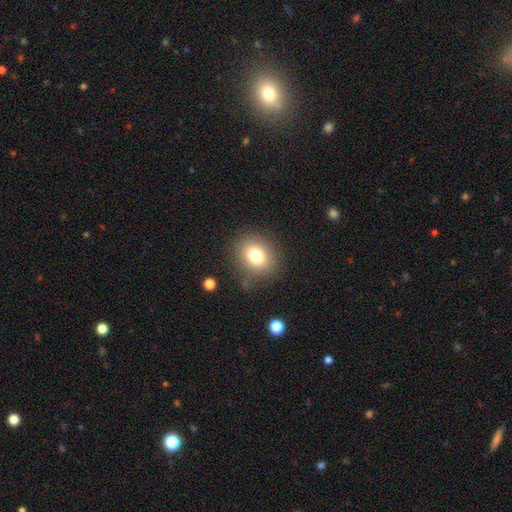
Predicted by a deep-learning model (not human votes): This appears to be a smooth galaxy with no disk features (79%) that is round (62%). Merging: none (82%).